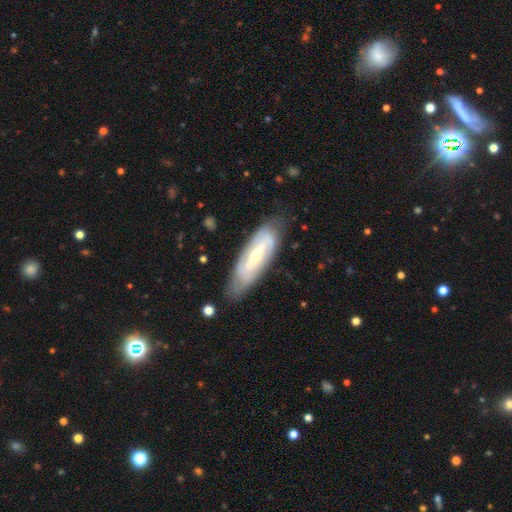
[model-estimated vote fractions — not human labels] Smooth or featured: featured or disk — 73% (smooth — 22%)
Edge-on disk: no — 83% (yes — 17%)
Bar: strong — 48% (weak — 35%)
Spiral arms: yes — 77% (no — 23%)
Bulge size: small — 49% (moderate — 44%)
Merging: none — 73% (minor disturbance — 20%)